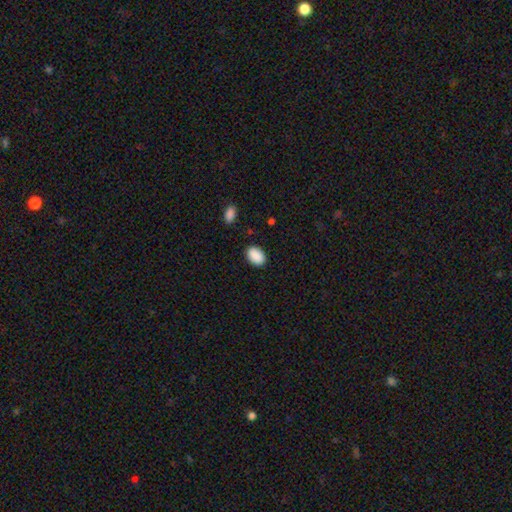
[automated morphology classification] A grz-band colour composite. It shows a smooth galaxy with no disk features (90%) that is in between round and cigar-shaped (84%). Merging: none (87%).